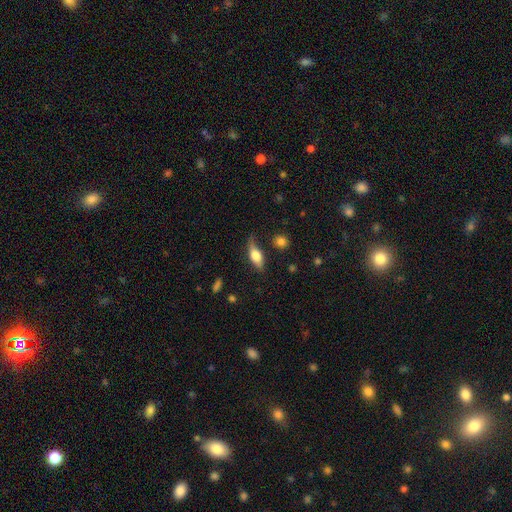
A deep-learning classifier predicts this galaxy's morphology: smooth_or_featured: smooth (p=0.58) [alt: featured or disk p=0.35]
how_rounded: in between (p=0.67) [alt: cigar-shaped p=0.27]
merging: none (p=0.60) [alt: minor disturbance p=0.28]